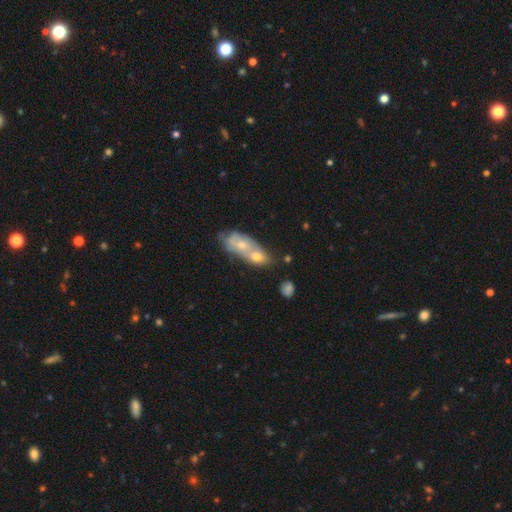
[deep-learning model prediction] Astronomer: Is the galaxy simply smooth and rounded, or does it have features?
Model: smooth — 47% (runner-up: featured or disk, 43%).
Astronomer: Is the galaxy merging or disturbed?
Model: merger — 66%.